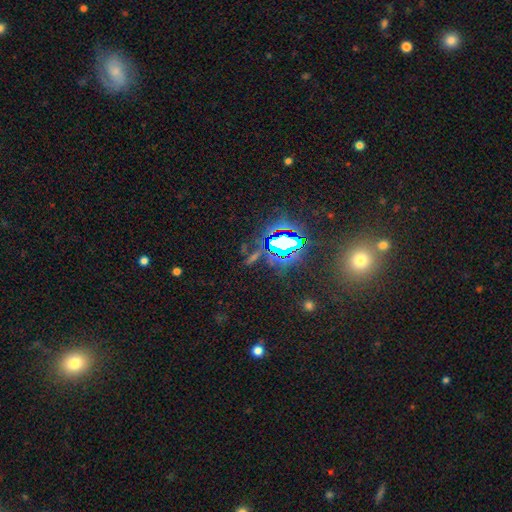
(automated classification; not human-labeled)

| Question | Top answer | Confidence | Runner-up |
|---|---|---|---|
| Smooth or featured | star or artifact | 78% | smooth (13%) |